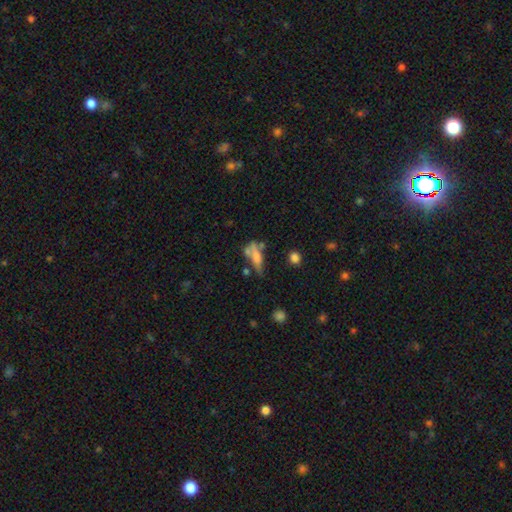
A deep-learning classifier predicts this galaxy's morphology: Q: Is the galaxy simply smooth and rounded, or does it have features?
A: smooth — 54%.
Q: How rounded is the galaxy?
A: in between — 54%.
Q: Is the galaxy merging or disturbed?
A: merger — 29%, tied with none.